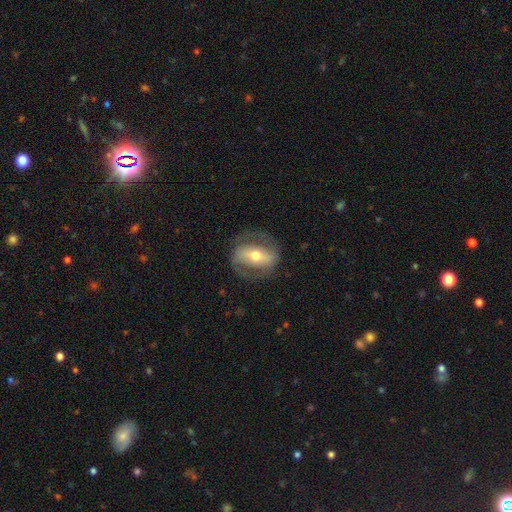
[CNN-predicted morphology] A featured or disk galaxy (71%) with a strong bar (55%), spiral arms (69%) and a moderate central bulge (70%).

Vote fractions:
- Smooth or featured? featured or disk: 71% / smooth: 23% / star or artifact: 6%
- Edge-on disk? no: 91% / yes: 9%
- Bar? strong: 55% / weak: 26% / no: 19%
- Spiral arms? yes: 69% / no: 31%
- Bulge size? moderate: 70% / small: 19% / large: 9% / dominant: 1% / none: 1%
- Merging? none: 76% / minor disturbance: 14% / major disturbance: 9% / merger: 1%